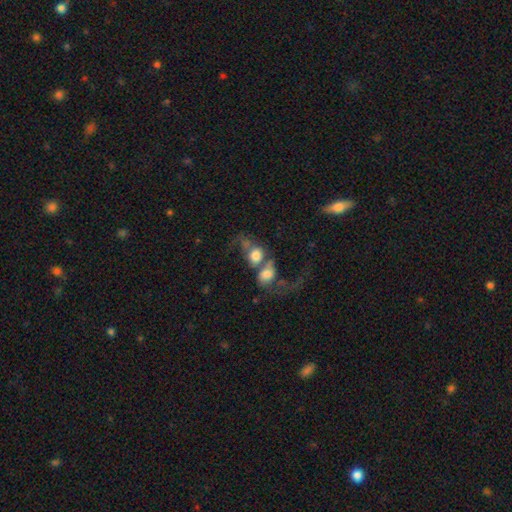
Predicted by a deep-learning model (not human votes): This is likely a smooth galaxy (61%). How rounded: possibly in between (49%, tied with round). Merging: likely merger (69%).